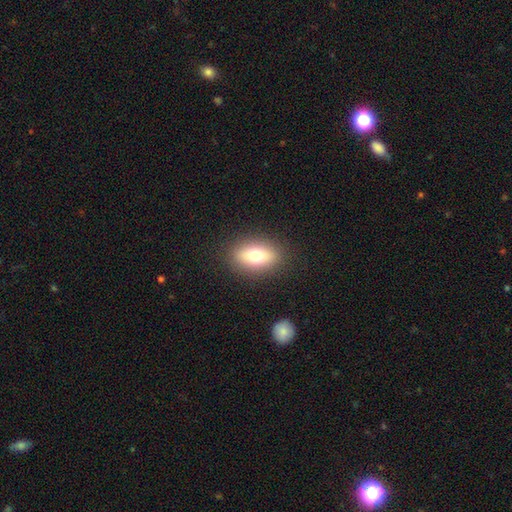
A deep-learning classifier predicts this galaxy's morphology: A smooth galaxy with no disk features (69%) that is in between round and cigar-shaped (78%).

Vote fractions:
- Smooth or featured? smooth: 69% / featured or disk: 21% / star or artifact: 10%
- How rounded? in between: 78% / round: 16% / cigar-shaped: 6%
- Merging? none: 87% / minor disturbance: 8% / major disturbance: 3% / merger: 1%